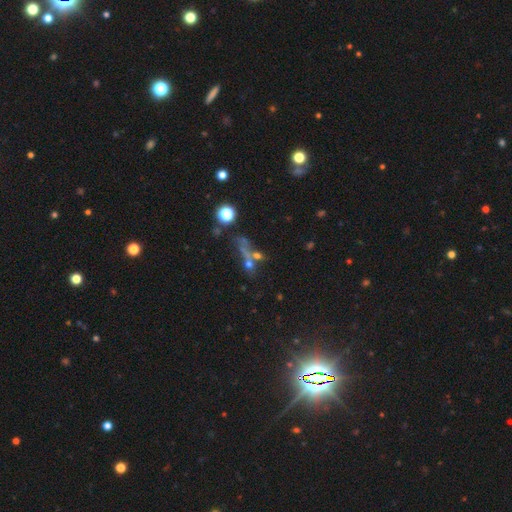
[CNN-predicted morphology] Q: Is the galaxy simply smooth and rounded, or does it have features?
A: star or artifact — 38%.